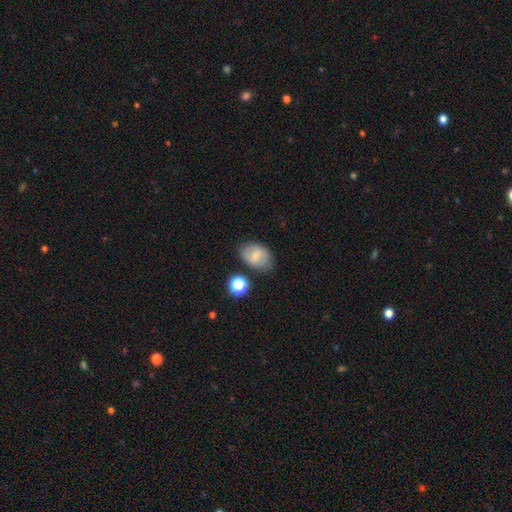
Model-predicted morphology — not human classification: smooth_or_featured: smooth (p=0.67) [alt: featured or disk p=0.23]
how_rounded: in between (p=0.81) [alt: round p=0.18]
merging: none (p=0.74) [alt: minor disturbance p=0.17]